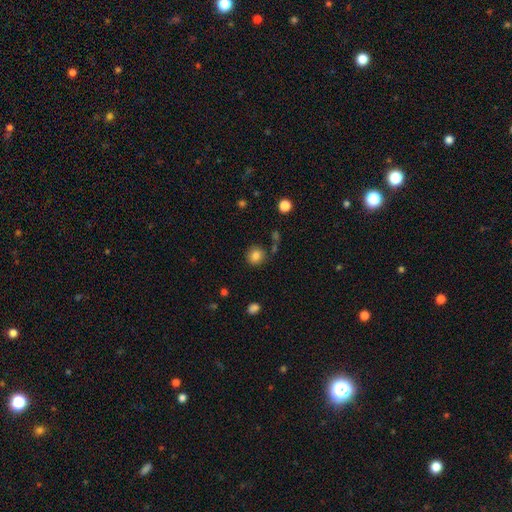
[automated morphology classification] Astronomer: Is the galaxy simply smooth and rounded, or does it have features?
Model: smooth — 83%.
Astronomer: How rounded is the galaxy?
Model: round — 86%.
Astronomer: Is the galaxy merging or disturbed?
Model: none — 82%.